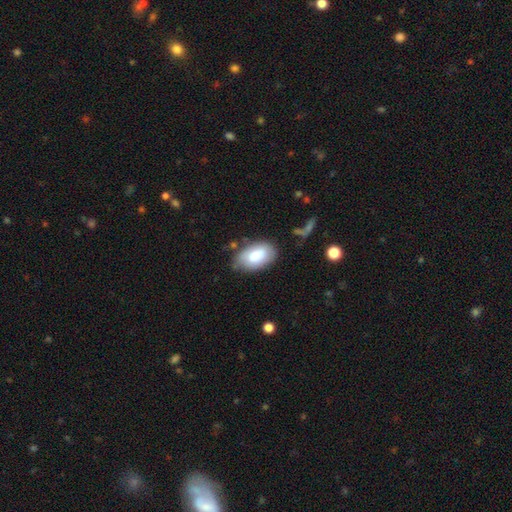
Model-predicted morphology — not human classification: smooth_or_featured: smooth (p=0.77) [alt: featured or disk p=0.16]
how_rounded: in between (p=0.93) [alt: round p=0.05]
merging: none (p=0.72) [alt: minor disturbance p=0.20]